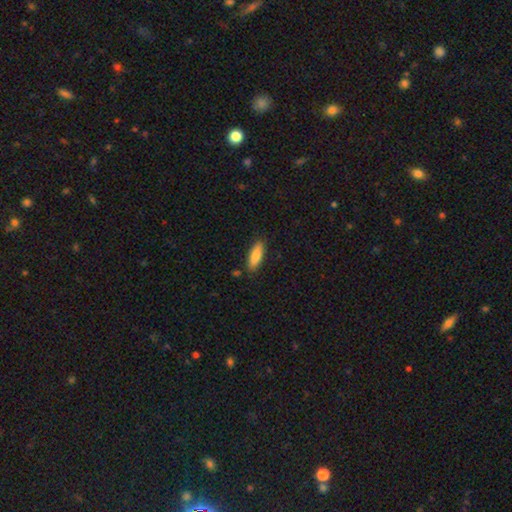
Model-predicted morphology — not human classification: Smooth or featured: smooth — 84% (featured or disk — 10%)
How rounded: in between — 56% (cigar-shaped — 43%)
Merging: none — 85% (minor disturbance — 10%)